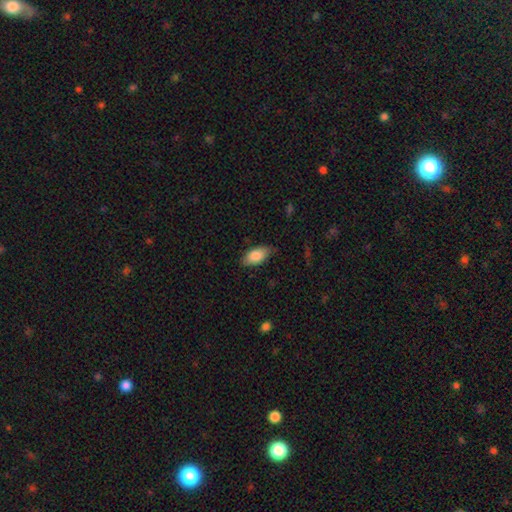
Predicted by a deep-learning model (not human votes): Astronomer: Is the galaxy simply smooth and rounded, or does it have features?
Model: smooth — 85%.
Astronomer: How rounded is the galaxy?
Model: in between — 92%.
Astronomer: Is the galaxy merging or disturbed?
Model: none — 81%.